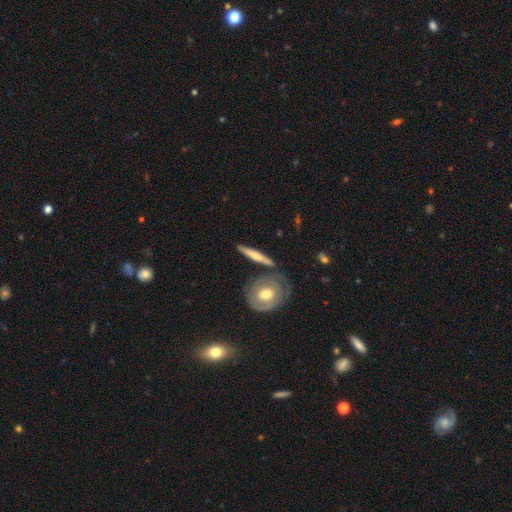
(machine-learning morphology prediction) smooth-or-featured: featured or disk: 48% (tied) | smooth: 48% (tied) | star or artifact: 5%
  merging: none: 76% | minor disturbance: 12% | merger: 8% | major disturbance: 3%